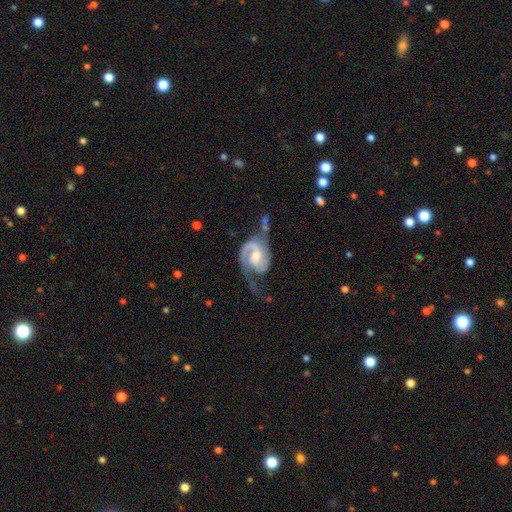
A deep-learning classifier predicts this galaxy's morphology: type=featured or disk (90%); edge-on=no (98%); bar=weak (45%); spiral arms=yes (97%); winding=medium (51%); arm count=2 (79%); bulge=moderate (55%); merging=none (41%).